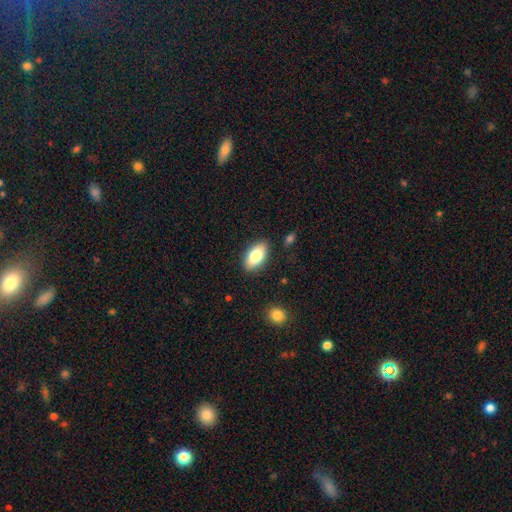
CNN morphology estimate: Smooth or featured?
  - smooth: 78% *
  - featured or disk: 15%
  - star or artifact: 7%
How rounded?
  - in between: 91% *
  - cigar-shaped: 5%
  - round: 4%
Merging?
  - none: 87% *
  - minor disturbance: 10%
  - major disturbance: 2%
  - merger: 2%